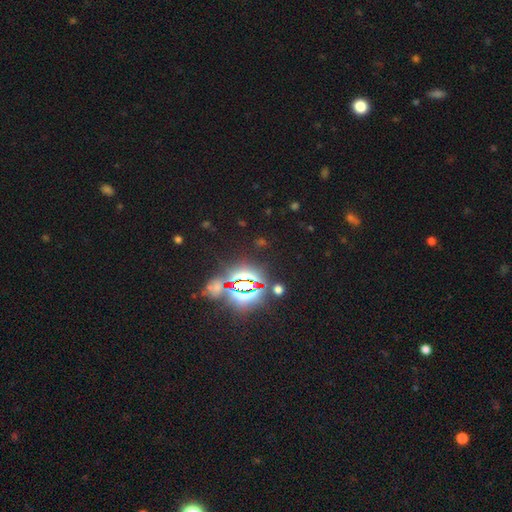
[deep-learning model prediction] Morphology: type=star or artifact (82%).